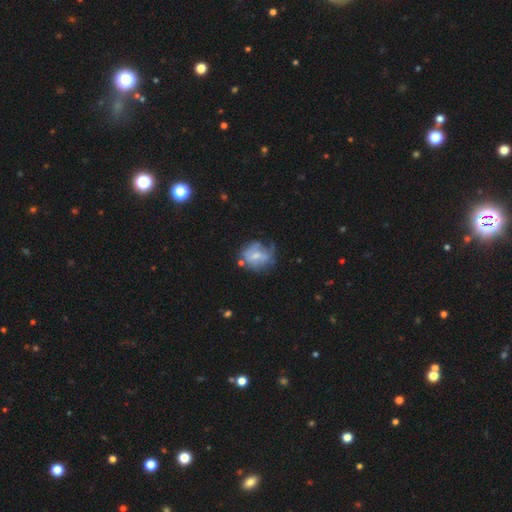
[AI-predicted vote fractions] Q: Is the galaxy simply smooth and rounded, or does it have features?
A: featured or disk — 51%.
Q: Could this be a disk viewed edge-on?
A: no — 97%.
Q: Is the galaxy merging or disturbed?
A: none — 42%.